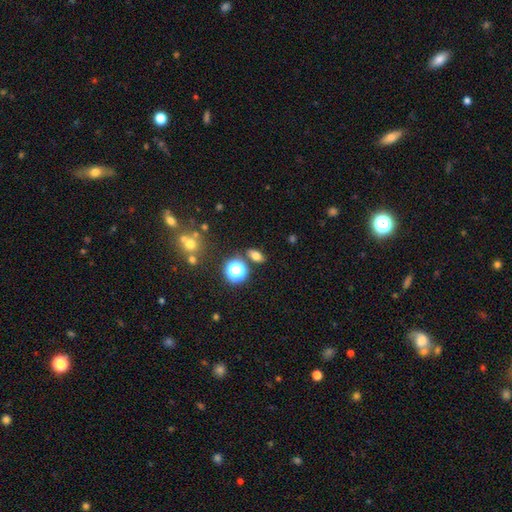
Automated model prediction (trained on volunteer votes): Smooth or featured? Predicted: smooth (p=0.70). How rounded? Predicted: in between (p=0.75). Merging? Predicted: none (p=0.82).